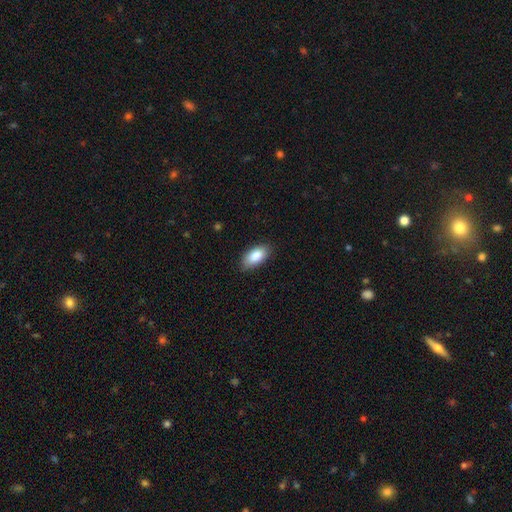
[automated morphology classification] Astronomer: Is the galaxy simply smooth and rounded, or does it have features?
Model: smooth — 87%.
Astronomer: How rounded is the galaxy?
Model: in between — 92%.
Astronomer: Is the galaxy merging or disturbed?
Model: none — 85%.